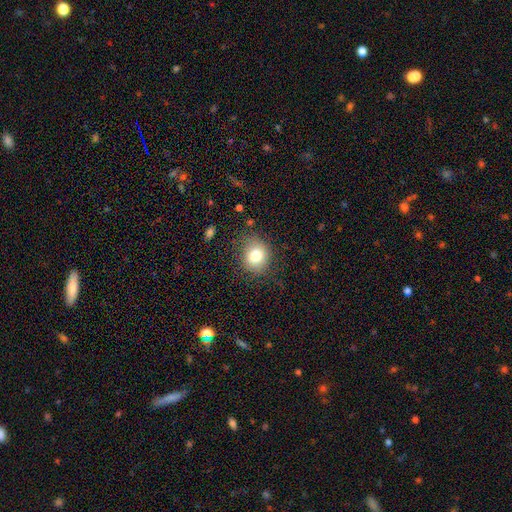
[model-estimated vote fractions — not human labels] Smooth or featured? smooth (79%)
How rounded? round (72%)
Merging? none (79%)